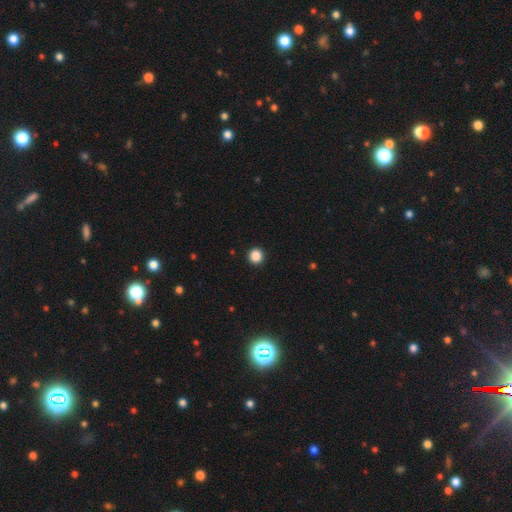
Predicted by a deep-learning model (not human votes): Smooth or featured?
  - smooth: 87% *
  - star or artifact: 10%
  - featured or disk: 2%
How rounded?
  - round: 95% *
  - in between: 4%
  - cigar-shaped: 1%
Merging?
  - none: 93% *
  - minor disturbance: 5%
  - major disturbance: 2%
  - merger: 1%